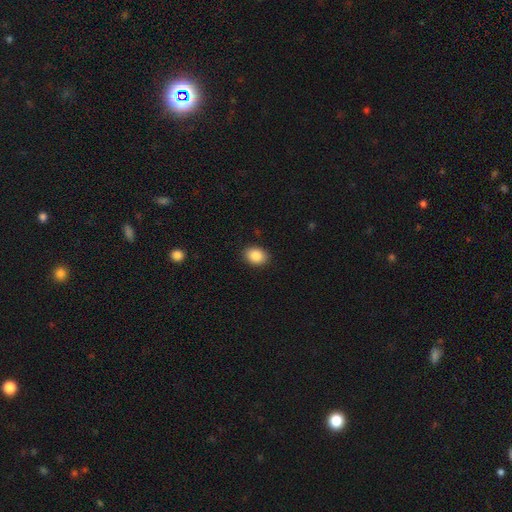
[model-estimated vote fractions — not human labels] smooth-or-featured: smooth: 88% | star or artifact: 8% | featured or disk: 4%
  how-rounded: in between: 69% | round: 30% | cigar-shaped: 1%
  merging: none: 90% | minor disturbance: 7% | major disturbance: 2% | merger: 1%